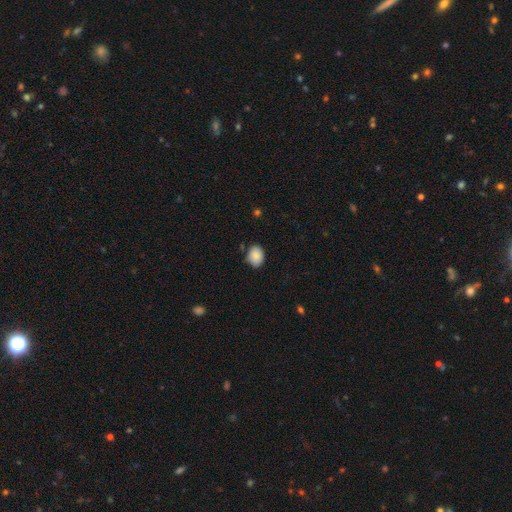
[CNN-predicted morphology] smooth 87%, star or artifact 8%, featured or disk 5%. Down the decision tree: how rounded — in between (67%); merging — none (78%).